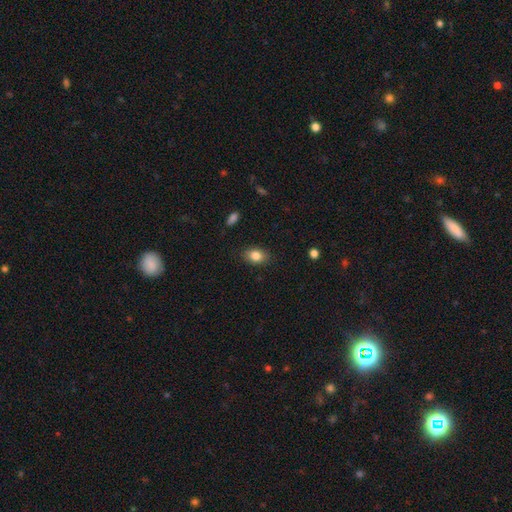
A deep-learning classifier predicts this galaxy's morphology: Smooth or featured? Predicted: smooth (p=0.84). How rounded? Predicted: in between (p=0.76). Merging? Predicted: none (p=0.85).